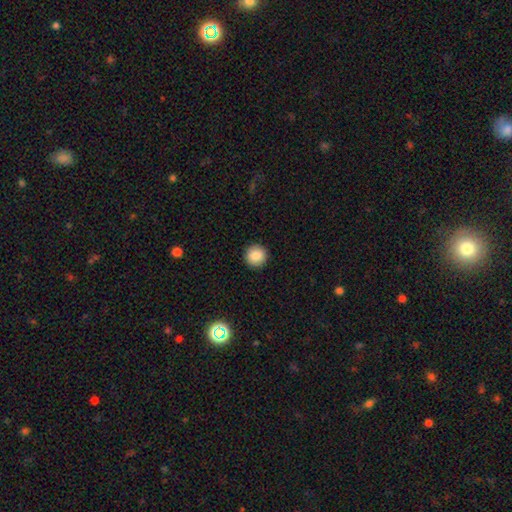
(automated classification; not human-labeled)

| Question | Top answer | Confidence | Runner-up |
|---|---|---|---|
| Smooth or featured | smooth | 87% | star or artifact (9%) |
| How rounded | round | 95% | in between (4%) |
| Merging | none | 93% | minor disturbance (4%) |